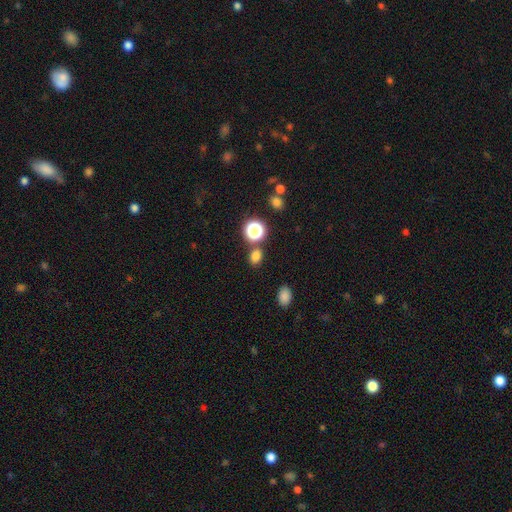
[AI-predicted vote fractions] Q: Smooth or featured?
A: smooth (77%); runner-up: star or artifact (18%)
Q: How rounded?
A: in between (50%); runner-up: round (48%)
Q: Merging?
A: none (76%); runner-up: minor disturbance (11%)